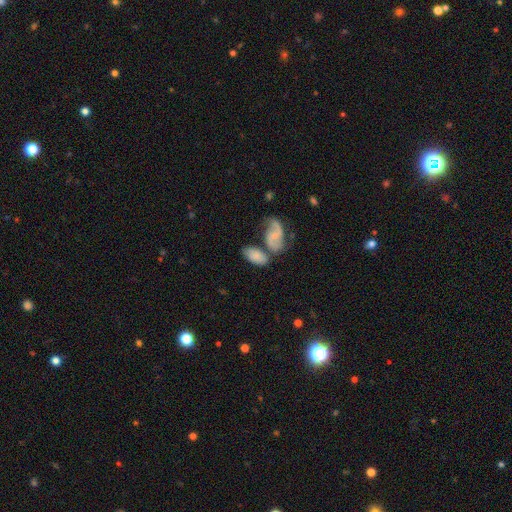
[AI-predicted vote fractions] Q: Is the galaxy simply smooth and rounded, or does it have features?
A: smooth — 60%.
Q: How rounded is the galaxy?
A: in between — 92%.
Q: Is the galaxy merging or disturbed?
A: none — 43%.